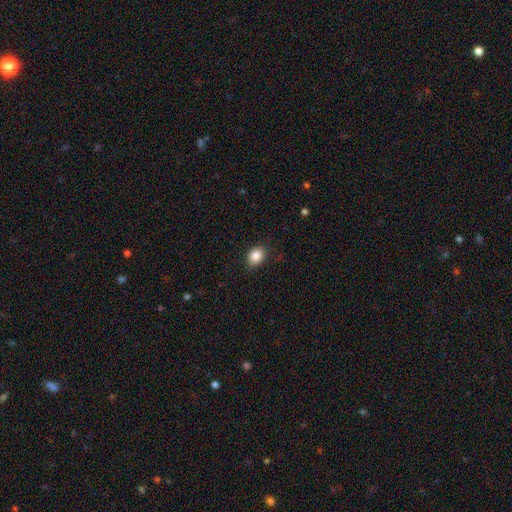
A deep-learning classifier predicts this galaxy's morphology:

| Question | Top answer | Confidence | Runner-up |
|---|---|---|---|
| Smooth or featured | smooth | 86% | star or artifact (9%) |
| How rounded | in between | 58% | round (41%) |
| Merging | none | 86% | minor disturbance (11%) |